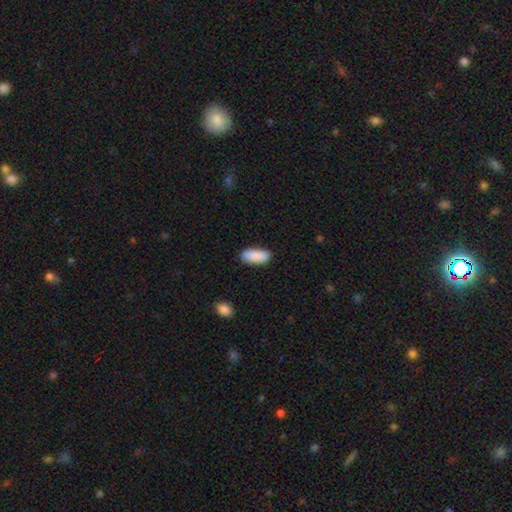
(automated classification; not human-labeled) Smooth or featured?
  - smooth: 91% *
  - star or artifact: 6%
  - featured or disk: 4%
How rounded?
  - in between: 87% *
  - cigar-shaped: 11%
  - round: 2%
Merging?
  - none: 87% *
  - minor disturbance: 10%
  - major disturbance: 2%
  - merger: 1%